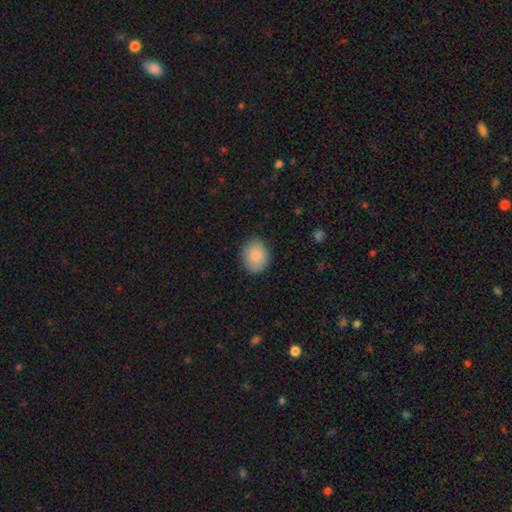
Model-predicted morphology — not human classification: smooth-or-featured: smooth: 85% | featured or disk: 8% | star or artifact: 7%
  how-rounded: round: 57% | in between: 42% | cigar-shaped: 1%
  merging: none: 86% | minor disturbance: 10% | major disturbance: 2% | merger: 1%